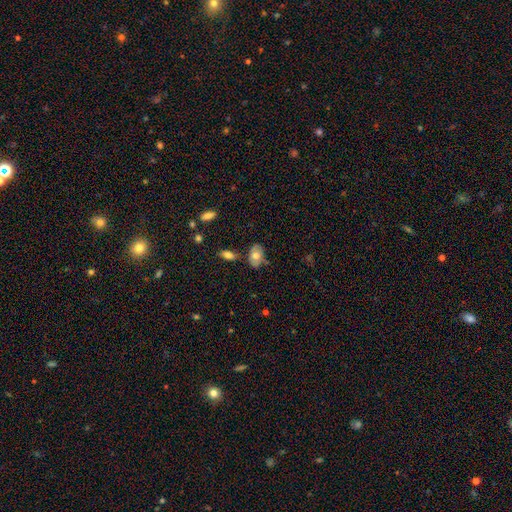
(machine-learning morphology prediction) type=smooth (64%); roundness=in between (89%); merging=none (67%).